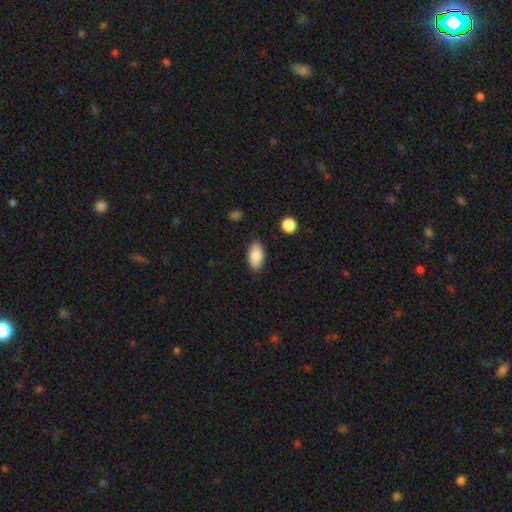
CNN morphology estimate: A smooth galaxy with no disk features (85%) that is in between round and cigar-shaped (93%).

Vote fractions:
- Smooth or featured? smooth: 85% / featured or disk: 8% / star or artifact: 7%
- How rounded? in between: 93% / round: 3% / cigar-shaped: 3%
- Merging? none: 85% / minor disturbance: 11% / major disturbance: 2% / merger: 2%